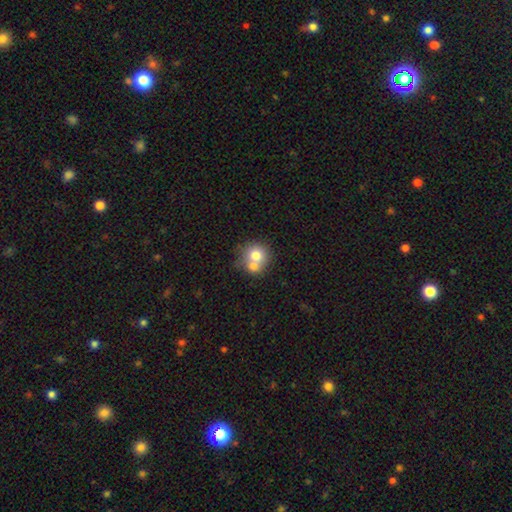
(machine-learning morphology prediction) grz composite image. It shows a smooth galaxy with no disk features (72%) that is round (86%). Merging: merger (49%).